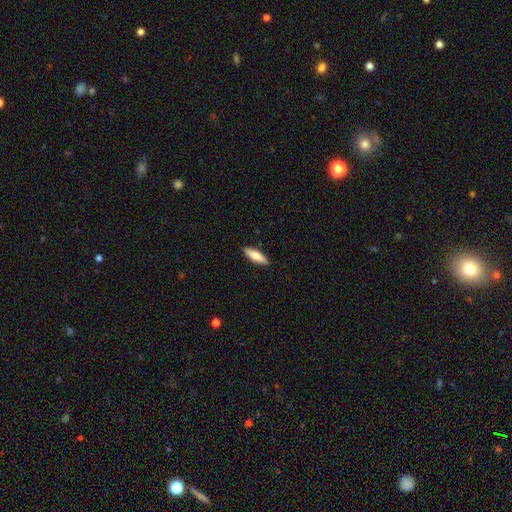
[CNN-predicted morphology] A smooth galaxy with no disk features (77%) that is cigar-shaped (52%). Merging: none (89%).